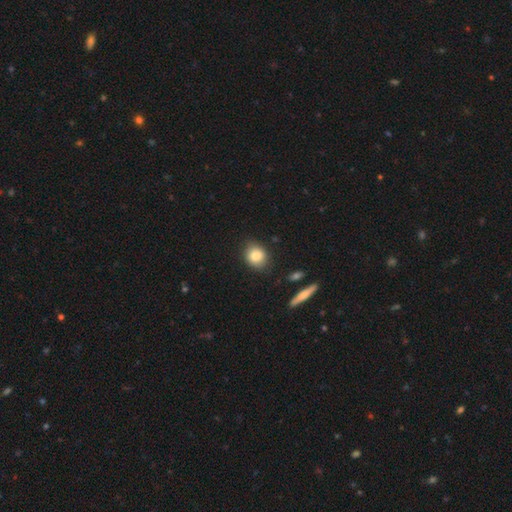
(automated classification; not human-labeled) Smooth or featured? Predicted: smooth (p=0.83). How rounded? Predicted: round (p=0.62). Merging? Predicted: none (p=0.83).